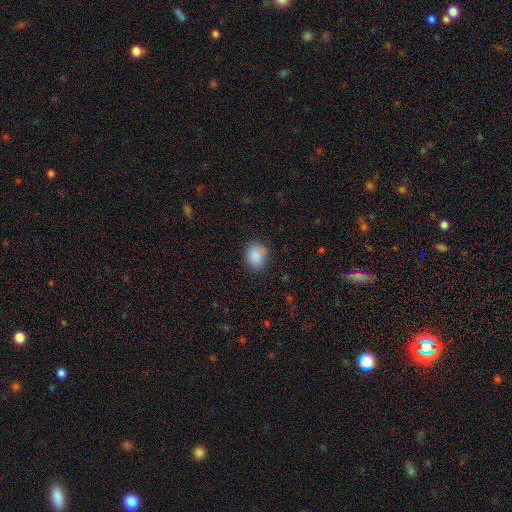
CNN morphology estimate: This is clearly a smooth galaxy (88%). How rounded: possibly round (56%). Merging: clearly none (82%).